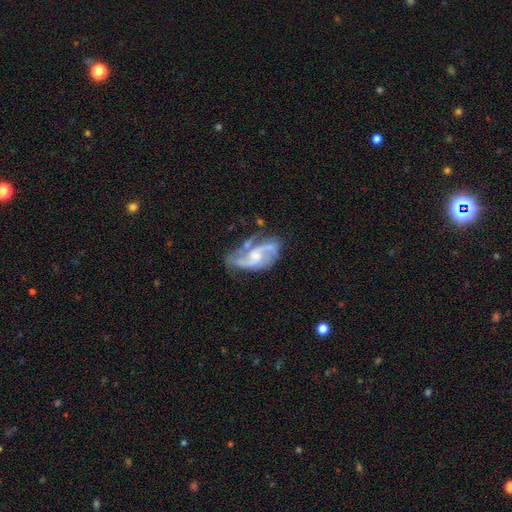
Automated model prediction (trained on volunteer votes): Q: Smooth or featured?
A: featured or disk (85%); runner-up: smooth (9%)
Q: Edge-on disk?
A: no (97%); runner-up: yes (3%)
Q: Bar?
A: no (51%); runner-up: weak (40%)
Q: Spiral arms?
A: yes (95%); runner-up: no (5%)
Q: Spiral winding?
A: medium (50%); runner-up: loose (34%)
Q: Spiral arm count?
A: 2 (70%); runner-up: 3 (15%)
Q: Bulge size?
A: moderate (46%); runner-up: small (36%)
Q: Merging?
A: none (50%); runner-up: minor disturbance (24%)